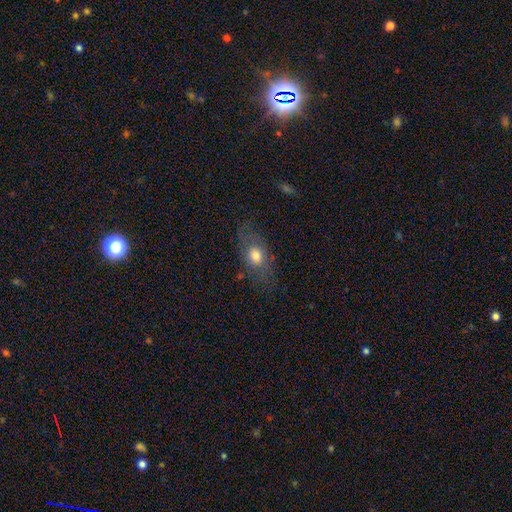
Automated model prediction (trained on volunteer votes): Q: Smooth or featured?
A: smooth (65%); runner-up: featured or disk (26%)
Q: How rounded?
A: in between (73%); runner-up: round (19%)
Q: Merging?
A: none (71%); runner-up: minor disturbance (18%)